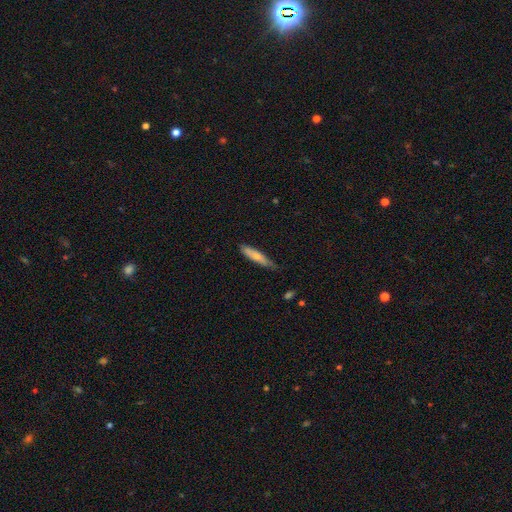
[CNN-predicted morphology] Smooth or featured? smooth (67%)
How rounded? cigar-shaped (85%)
Merging? none (68%)